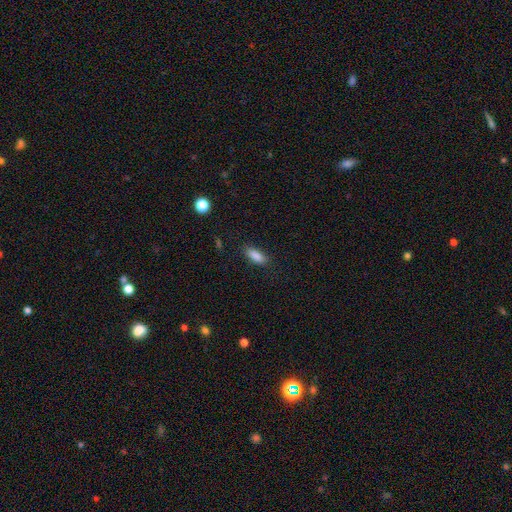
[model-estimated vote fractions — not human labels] Smooth or featured? Predicted: smooth (p=0.87). How rounded? Predicted: in between (p=0.71). Merging? Predicted: none (p=0.85).